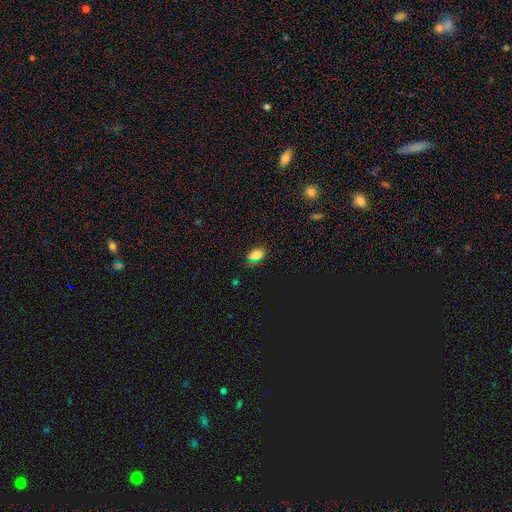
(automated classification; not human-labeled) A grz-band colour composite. It shows a smooth galaxy with no disk features (75%) that is in between round and cigar-shaped (83%). Merging: none (77%).